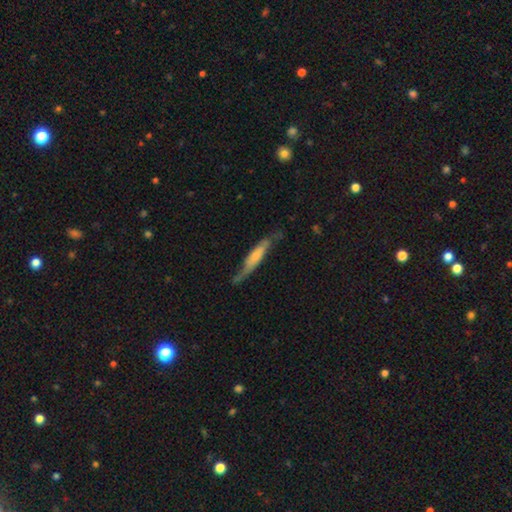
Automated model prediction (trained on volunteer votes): Smooth or featured? Predicted: featured or disk (p=0.49). Merging? Predicted: none (p=0.51).